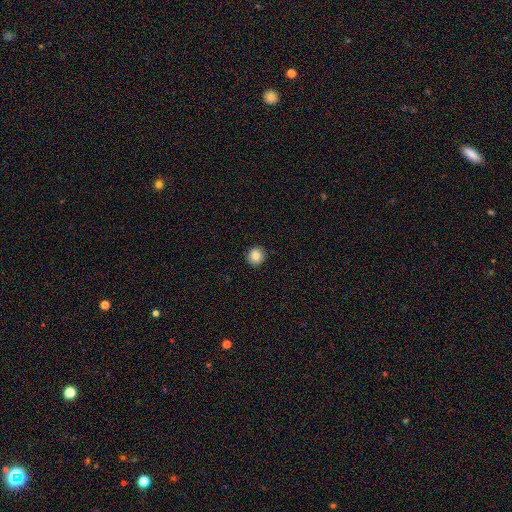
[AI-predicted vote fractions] This appears to be a smooth galaxy with no disk features (86%) that is round (92%). Merging: none (92%).